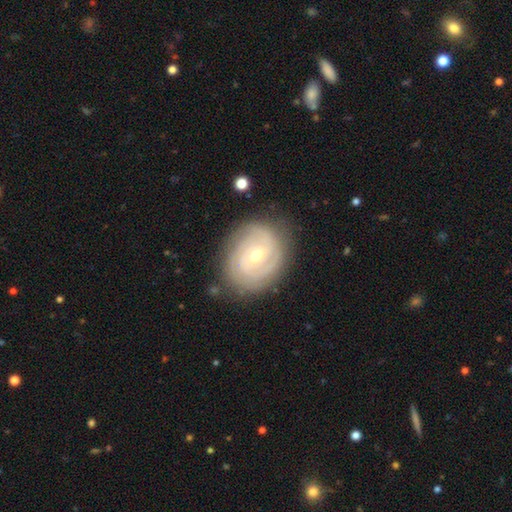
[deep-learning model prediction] This is clearly a featured or disk galaxy (82%). It is clearly not viewed edge-on (97%). Bar: possibly weak (48%). Spiral arm pattern: clearly yes (93%). Spiral arm count: marginally 2 (33%). Spiral winding: likely tight (71%). Central bulge: possibly small (51%). Merging: likely none (80%).